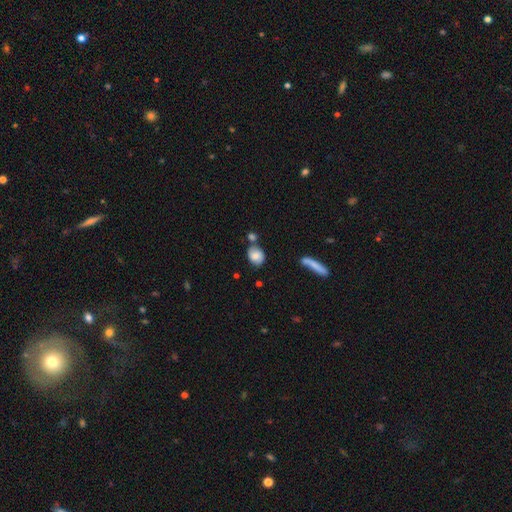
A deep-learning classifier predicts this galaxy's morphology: Smooth or featured: smooth — 61% (featured or disk — 30%)
How rounded: in between — 53% (round — 45%)
Merging: none — 56% (minor disturbance — 19%)